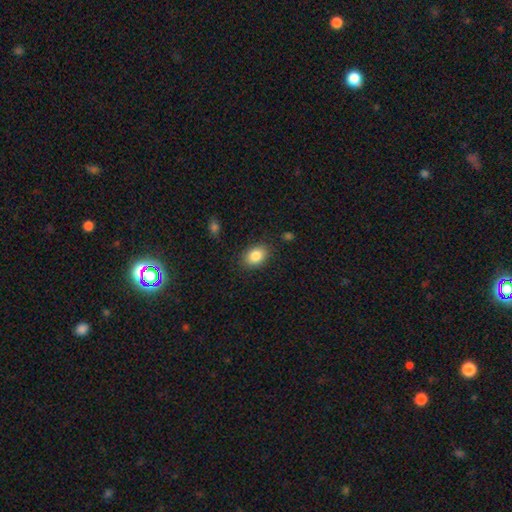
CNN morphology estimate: Q: Smooth or featured?
A: smooth (85%); runner-up: star or artifact (8%)
Q: How rounded?
A: in between (75%); runner-up: round (24%)
Q: Merging?
A: none (85%); runner-up: minor disturbance (11%)